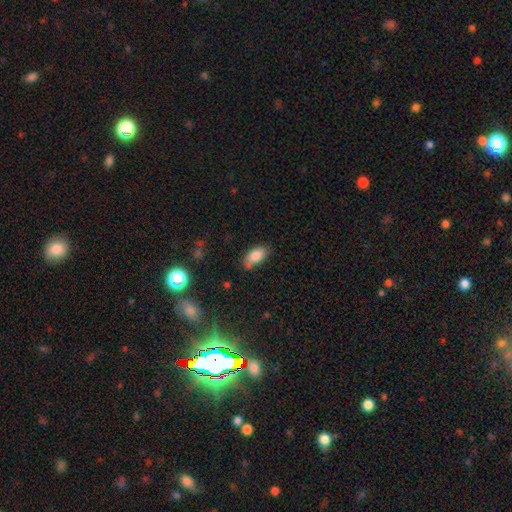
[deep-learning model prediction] Q: Smooth or featured?
A: smooth (83%); runner-up: star or artifact (8%)
Q: How rounded?
A: in between (91%); runner-up: cigar-shaped (5%)
Q: Merging?
A: none (60%); runner-up: minor disturbance (26%)